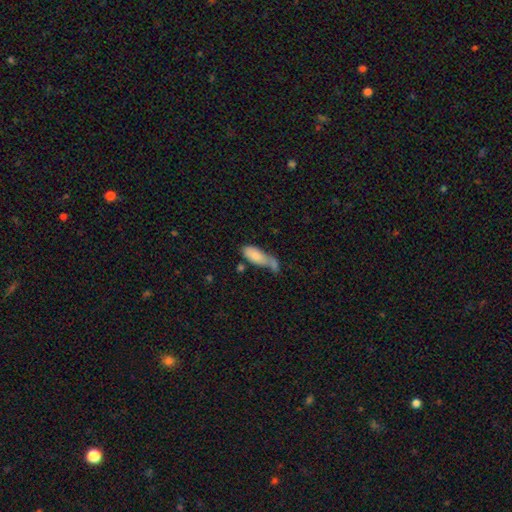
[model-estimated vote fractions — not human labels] This appears to be a smooth galaxy with no disk features (79%) that is in between round and cigar-shaped (74%). Merging: merger (38%).